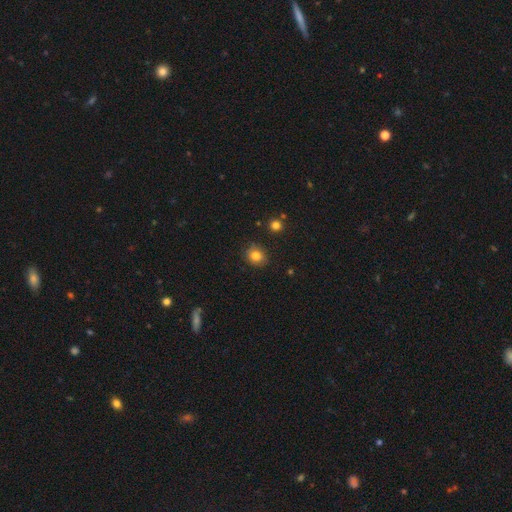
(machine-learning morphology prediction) This is clearly a smooth galaxy (81%). How rounded: likely round (69%). Merging: clearly none (83%).